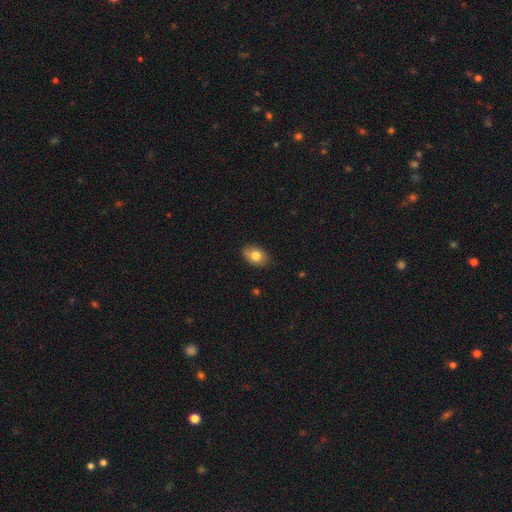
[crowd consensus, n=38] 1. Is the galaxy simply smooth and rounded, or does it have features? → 89% smooth, 8% featured or disk, 3% star or artifact.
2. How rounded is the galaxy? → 91% in between, 9% round, 0% cigar-shaped.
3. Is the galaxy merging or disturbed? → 84% none, 16% minor disturbance, 0% major disturbance, 0% merger.